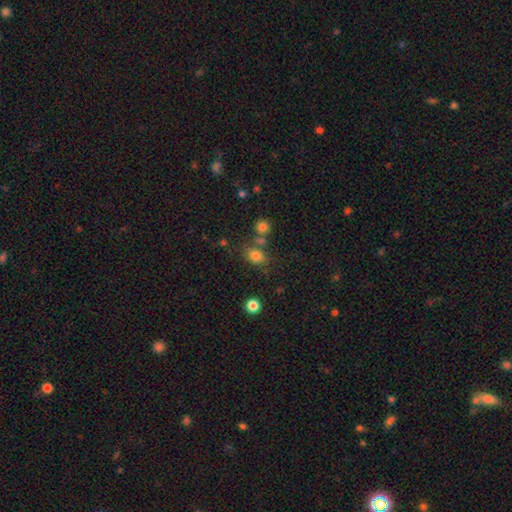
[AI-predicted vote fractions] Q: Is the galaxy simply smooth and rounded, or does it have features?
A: smooth — 79%.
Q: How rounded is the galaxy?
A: in between — 54%.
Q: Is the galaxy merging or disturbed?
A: none — 64%.